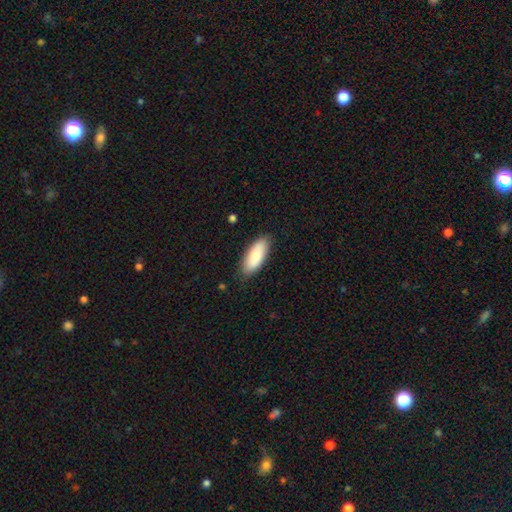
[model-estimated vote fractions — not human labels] This appears to be a smooth galaxy with no disk features (82%) that is in between round and cigar-shaped (81%). Merging: none (84%).